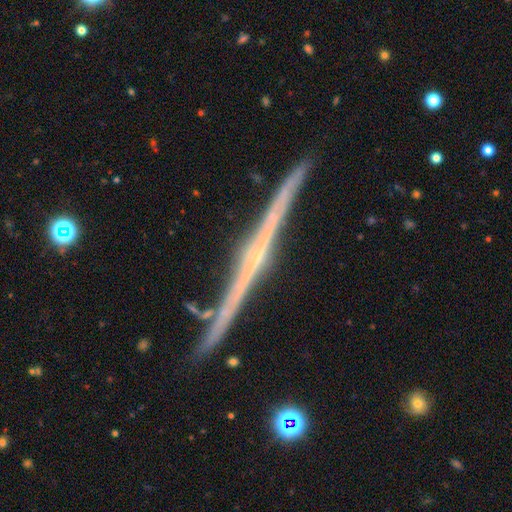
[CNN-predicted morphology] This is clearly a featured or disk galaxy (84%). It is clearly viewed edge-on (98%). Edge-on bulge: possibly none (53%). Merging: clearly none (87%).